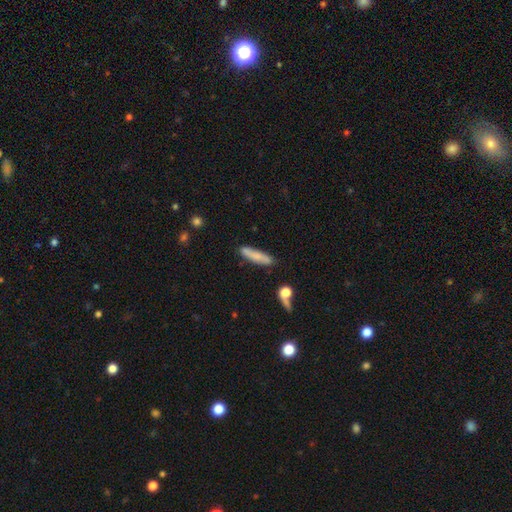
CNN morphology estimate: The model was most divided on "smooth or featured": smooth: 70%, featured or disk: 23%, star or artifact: 7%. More confident: how rounded — cigar-shaped (82%); merging — none (76%).